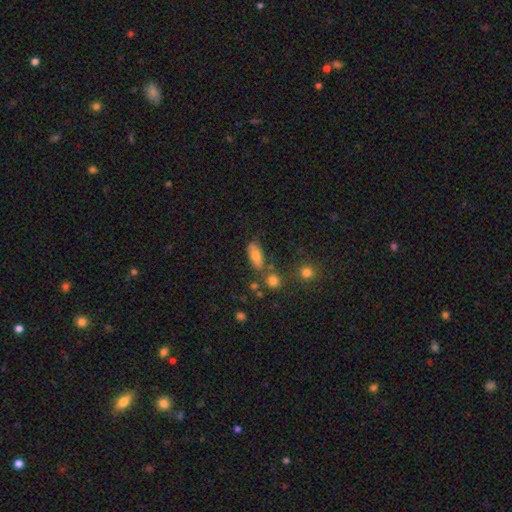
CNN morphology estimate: A smooth galaxy with no disk features (75%) that is in between round and cigar-shaped (77%).

Vote fractions:
- Smooth or featured? smooth: 75% / featured or disk: 17% / star or artifact: 9%
- How rounded? in between: 77% / cigar-shaped: 18% / round: 5%
- Merging? none: 65% / minor disturbance: 17% / merger: 12% / major disturbance: 6%